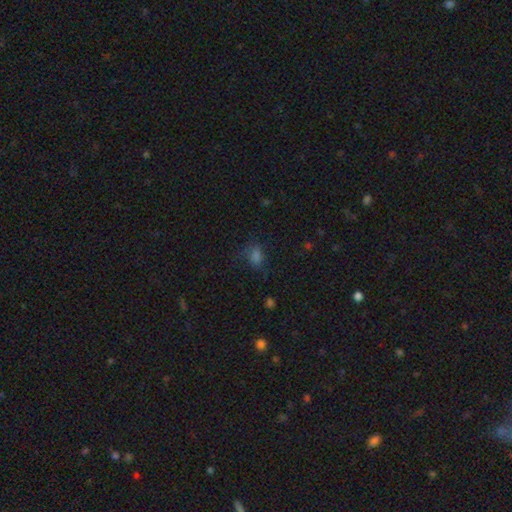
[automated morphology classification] type=smooth (63%); roundness=in between (72%); merging=none (62%).